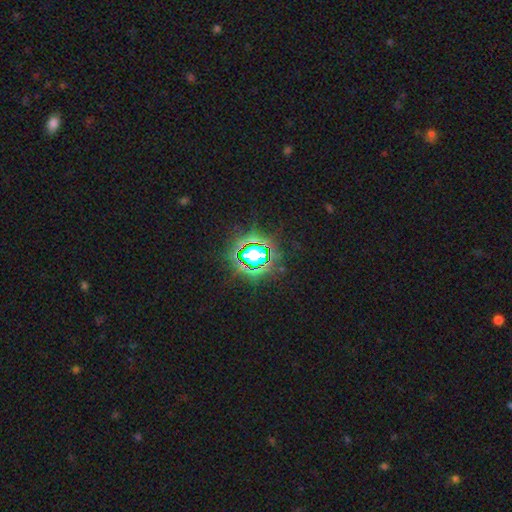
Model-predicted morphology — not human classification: smooth_or_featured: star or artifact (p=0.81) [alt: smooth p=0.12]